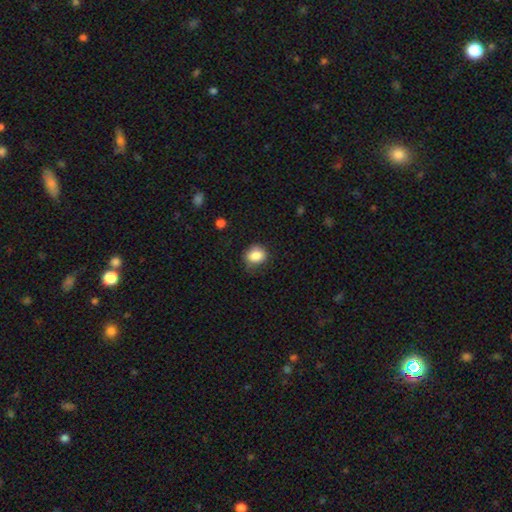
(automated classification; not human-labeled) Smooth or featured? smooth (85%)
How rounded? round (61%)
Merging? none (67%)